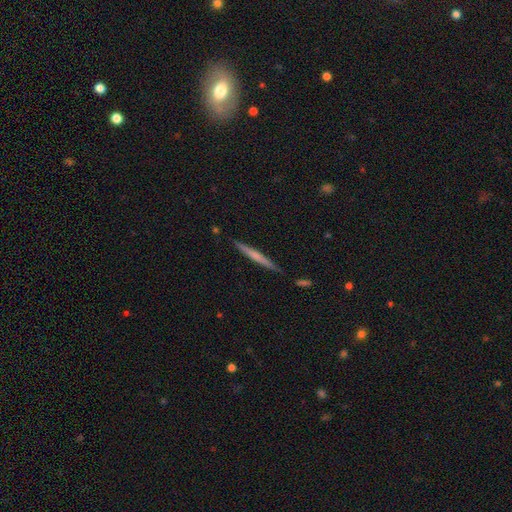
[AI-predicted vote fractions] Smooth or featured: smooth — 47% (tied with featured or disk — 47%)
Merging: none — 88% (minor disturbance — 9%)